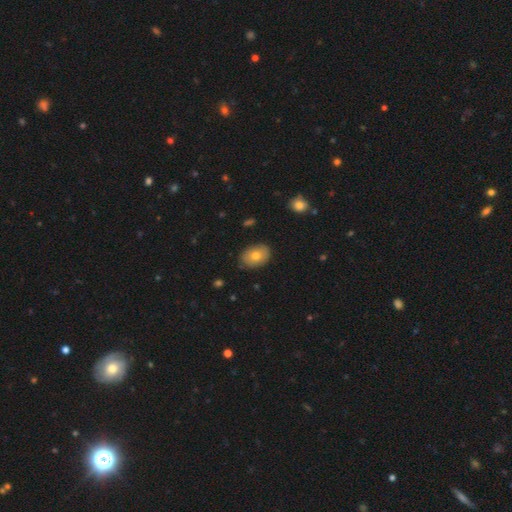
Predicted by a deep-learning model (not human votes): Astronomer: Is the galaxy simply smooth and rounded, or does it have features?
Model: smooth — 74%.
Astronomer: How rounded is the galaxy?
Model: in between — 83%.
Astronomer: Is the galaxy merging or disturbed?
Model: none — 83%.